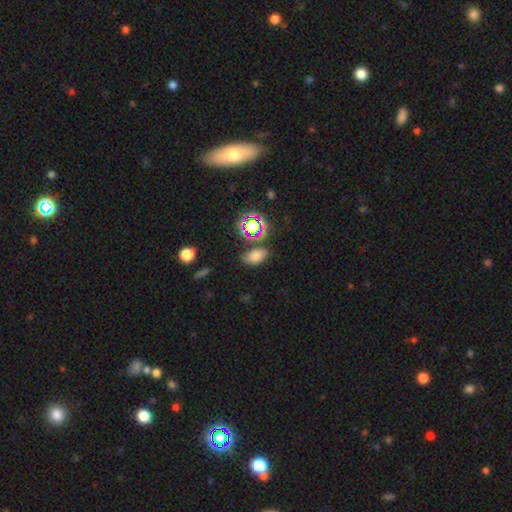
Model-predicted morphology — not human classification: Overall: smooth (68%). How rounded: in between (86%). Merging: none (73%).